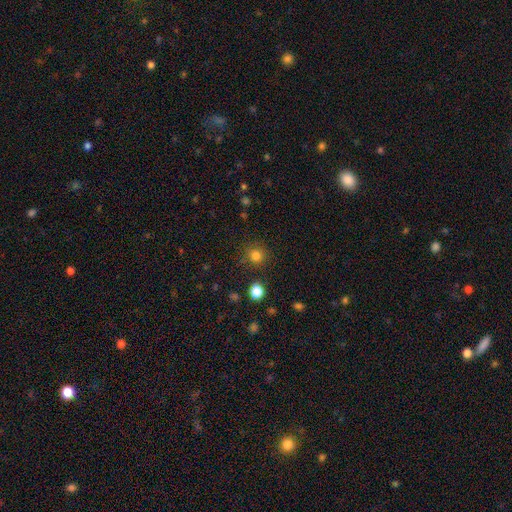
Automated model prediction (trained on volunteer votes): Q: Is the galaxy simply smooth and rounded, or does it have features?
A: smooth — 80%.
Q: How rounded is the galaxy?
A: round — 92%.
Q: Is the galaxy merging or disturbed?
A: none — 87%.